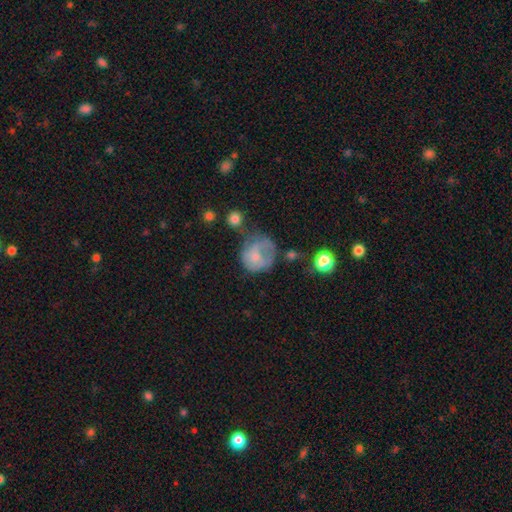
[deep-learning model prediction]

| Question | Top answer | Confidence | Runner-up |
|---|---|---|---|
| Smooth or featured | smooth | 57% | featured or disk (33%) |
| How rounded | round | 73% | in between (26%) |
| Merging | major disturbance | 37% | none (30%) |